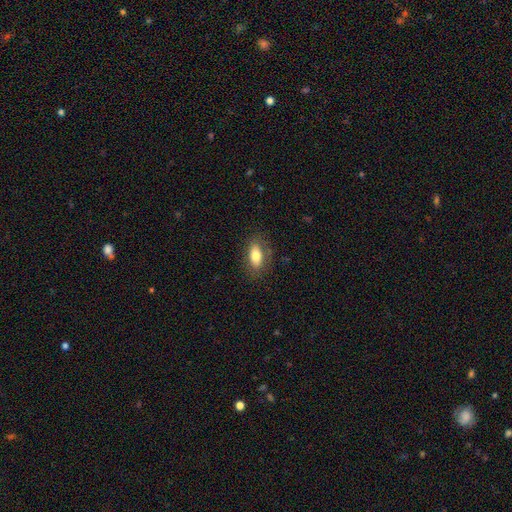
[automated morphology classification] A smooth galaxy with no disk features (76%) that is in between round and cigar-shaped (87%). Merging: none (81%).